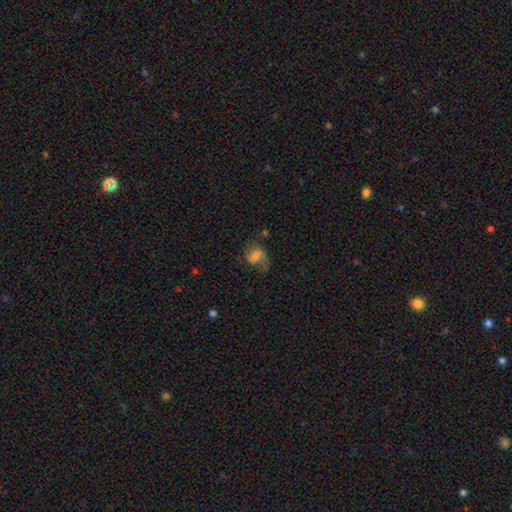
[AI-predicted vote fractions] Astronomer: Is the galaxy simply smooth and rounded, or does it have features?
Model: smooth — 56% (runner-up: featured or disk, 32%).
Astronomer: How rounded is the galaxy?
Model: in between — 62%.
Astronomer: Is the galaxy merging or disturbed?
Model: none — 39% (runner-up: major disturbance, 31%).